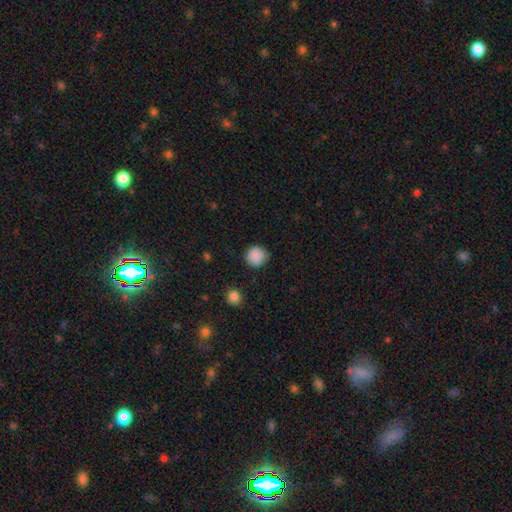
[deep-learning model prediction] Q: Smooth or featured?
A: smooth (88%); runner-up: star or artifact (9%)
Q: How rounded?
A: round (92%); runner-up: in between (7%)
Q: Merging?
A: none (85%); runner-up: minor disturbance (11%)